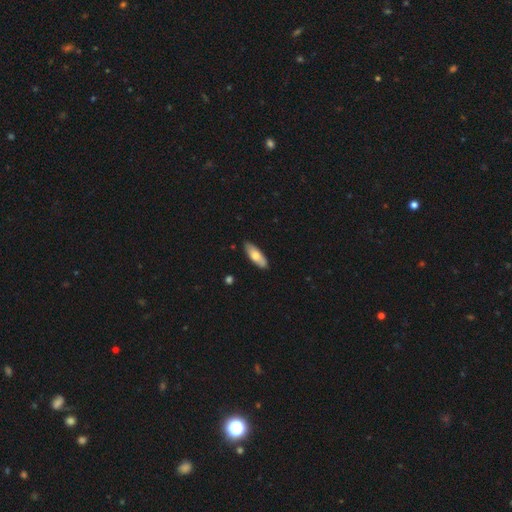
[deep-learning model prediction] The model was most divided on "how rounded": in between: 63%, cigar-shaped: 35%, round: 2%. More confident: merging — none (86%); smooth or featured — smooth (69%).